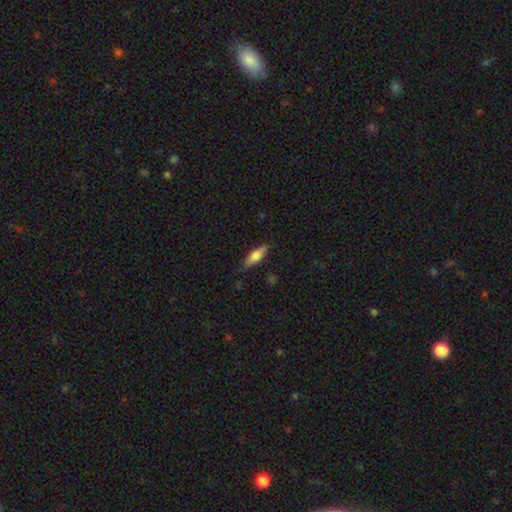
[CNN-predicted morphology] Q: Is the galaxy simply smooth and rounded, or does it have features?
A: smooth — 62%.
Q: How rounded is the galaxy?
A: cigar-shaped — 52%.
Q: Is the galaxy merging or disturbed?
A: none — 83%.